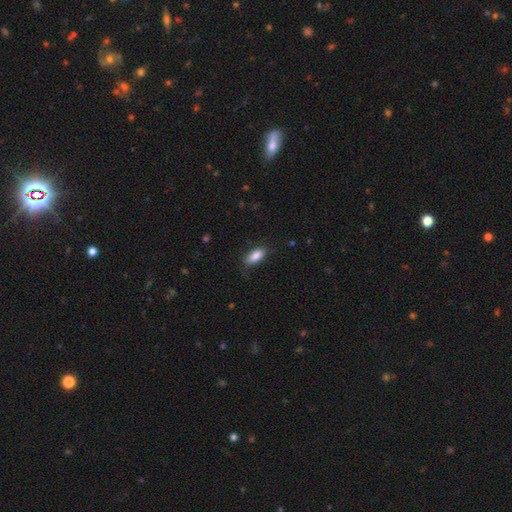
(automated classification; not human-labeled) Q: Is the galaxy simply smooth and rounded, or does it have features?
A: smooth — 86%.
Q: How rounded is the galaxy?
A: in between — 84%.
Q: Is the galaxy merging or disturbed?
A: none — 78%.